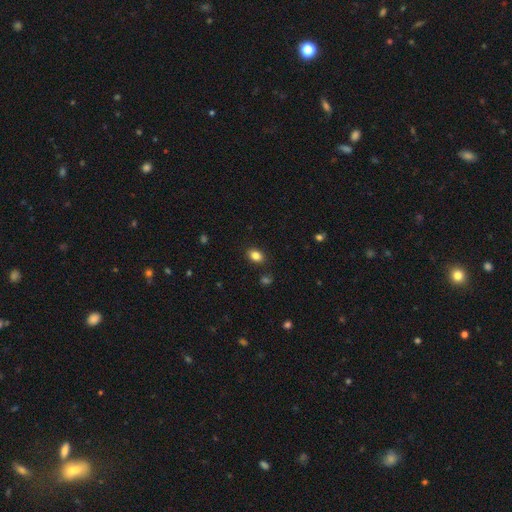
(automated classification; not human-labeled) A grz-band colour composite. It shows a smooth galaxy with no disk features (84%) that is in between round and cigar-shaped (76%). Merging: none (86%).